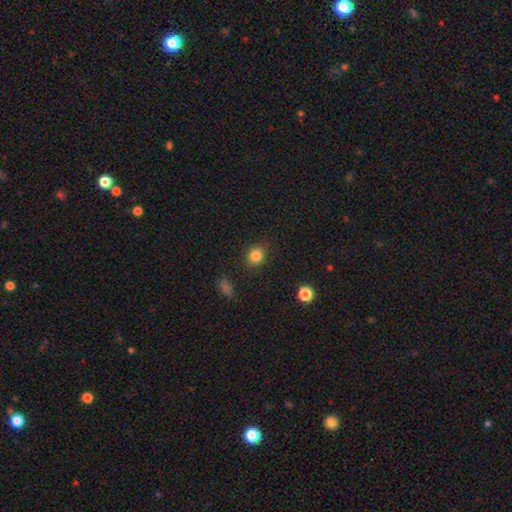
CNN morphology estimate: Smooth or featured: smooth — 84% (star or artifact — 11%)
How rounded: round — 80% (in between — 19%)
Merging: none — 87% (minor disturbance — 9%)